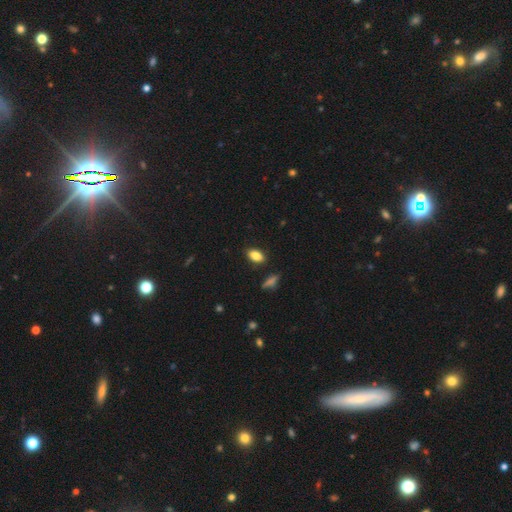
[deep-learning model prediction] This is clearly a smooth galaxy (86%). How rounded: clearly in between (89%). Merging: clearly none (86%).